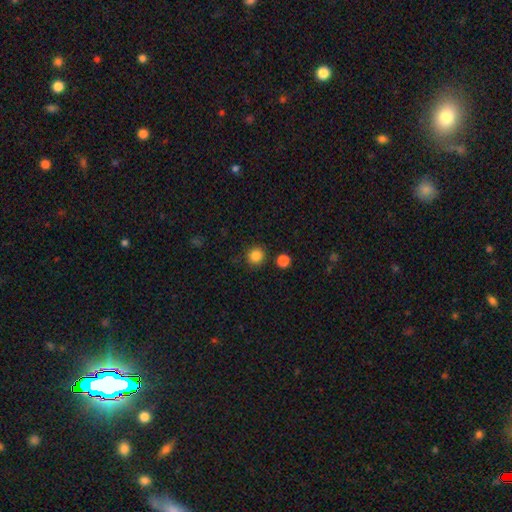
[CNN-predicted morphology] Smooth or featured? smooth (85%)
How rounded? round (92%)
Merging? none (87%)